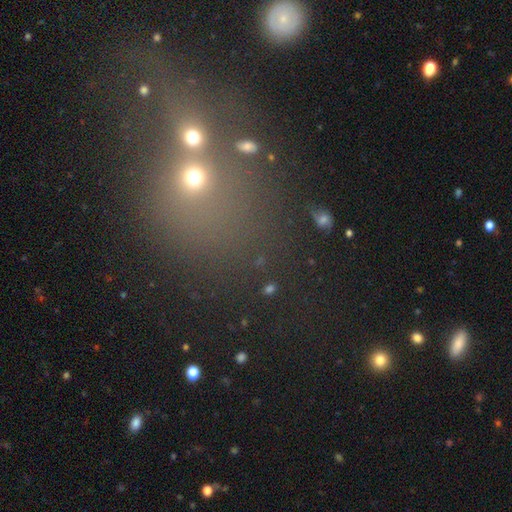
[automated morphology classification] The model was most divided on "smooth or featured": star or artifact: 48%, smooth: 39%, featured or disk: 14%.